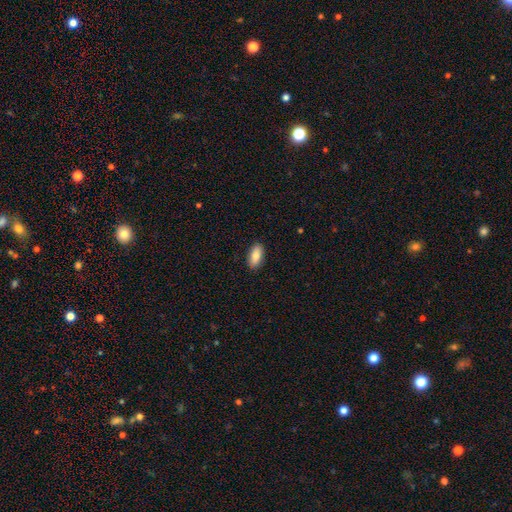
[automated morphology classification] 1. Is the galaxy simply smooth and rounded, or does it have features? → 83% smooth, 10% featured or disk, 6% star or artifact.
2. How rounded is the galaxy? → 91% in between, 7% cigar-shaped, 3% round.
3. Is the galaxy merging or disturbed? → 89% none, 8% minor disturbance, 2% major disturbance, 1% merger.